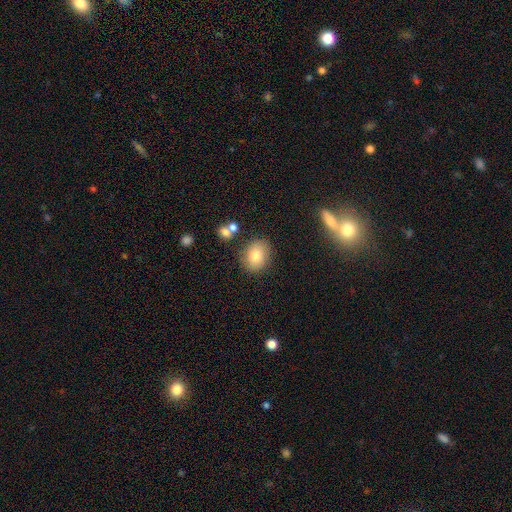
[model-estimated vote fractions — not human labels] smooth_or_featured: smooth (p=0.79) [alt: featured or disk p=0.11]
how_rounded: in between (p=0.54) [alt: round p=0.45]
merging: none (p=0.79) [alt: minor disturbance p=0.13]